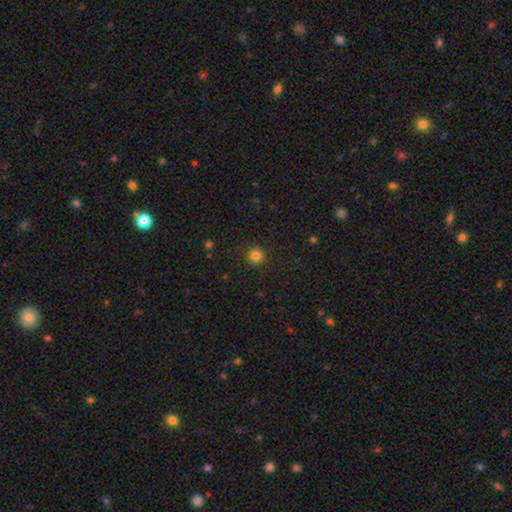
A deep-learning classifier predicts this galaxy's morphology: This appears to be a smooth galaxy with no disk features (83%) that is round (92%). Merging: none (90%).